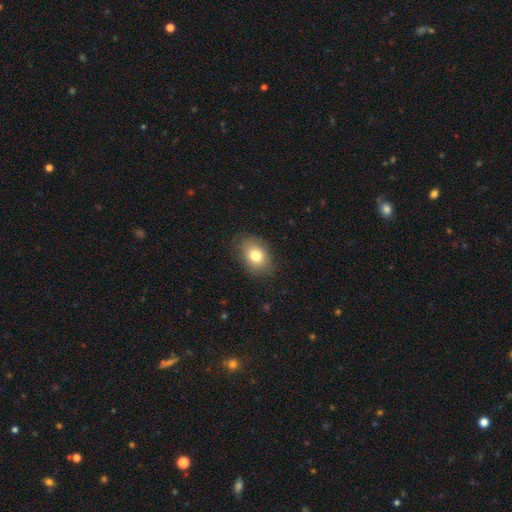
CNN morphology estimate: A smooth galaxy with no disk features (79%) that is in between round and cigar-shaped (76%). Merging: none (83%).